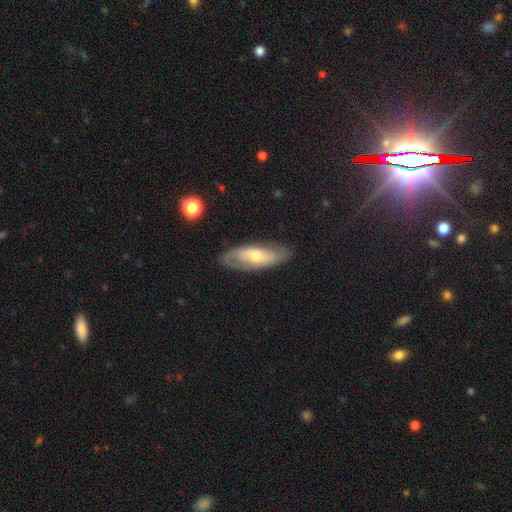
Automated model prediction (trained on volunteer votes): Smooth or featured: featured or disk — 60% (smooth — 34%)
Edge-on disk: no — 80% (yes — 20%)
Merging: none — 78% (minor disturbance — 15%)